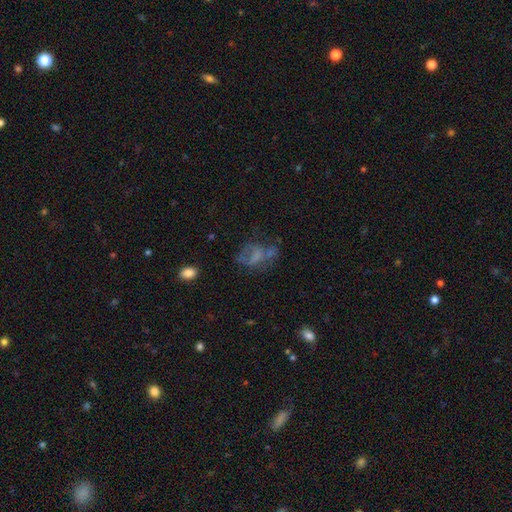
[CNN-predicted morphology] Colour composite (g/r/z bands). It shows a featured or disk galaxy (43%). Merging: none (37%).